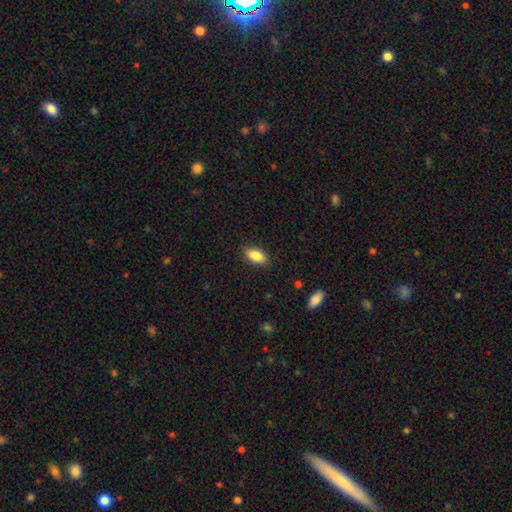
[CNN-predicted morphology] A smooth galaxy with no disk features (86%) that is in between round and cigar-shaped (90%).

Vote fractions:
- Smooth or featured? smooth: 86% / star or artifact: 7% / featured or disk: 7%
- How rounded? in between: 90% / cigar-shaped: 6% / round: 4%
- Merging? none: 85% / minor disturbance: 12% / major disturbance: 2% / merger: 1%